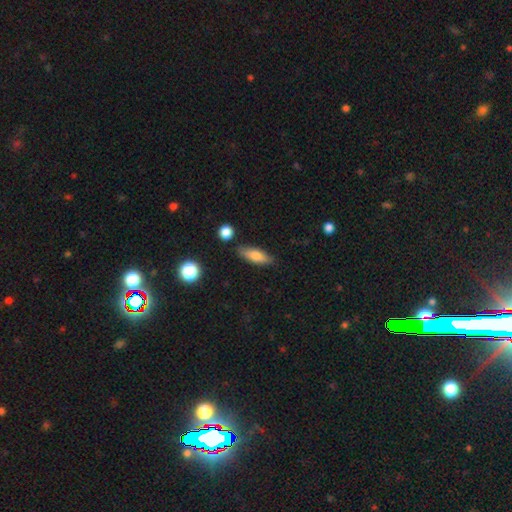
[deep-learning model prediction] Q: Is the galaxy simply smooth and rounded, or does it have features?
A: smooth — 73%.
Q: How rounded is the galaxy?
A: in between — 61%.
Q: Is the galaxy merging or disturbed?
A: none — 81%.